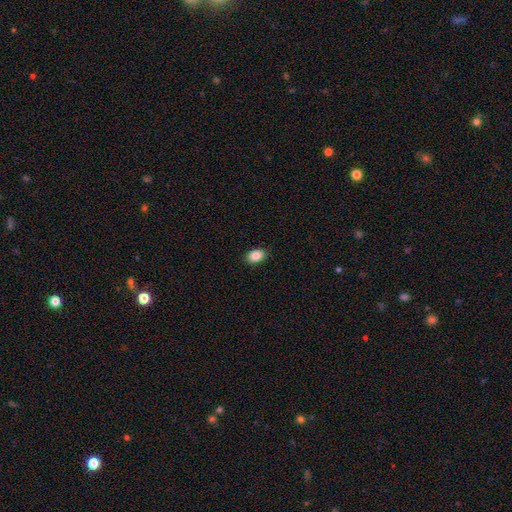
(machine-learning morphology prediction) Overall: smooth (86%). How rounded: in between (86%). Merging: none (89%).